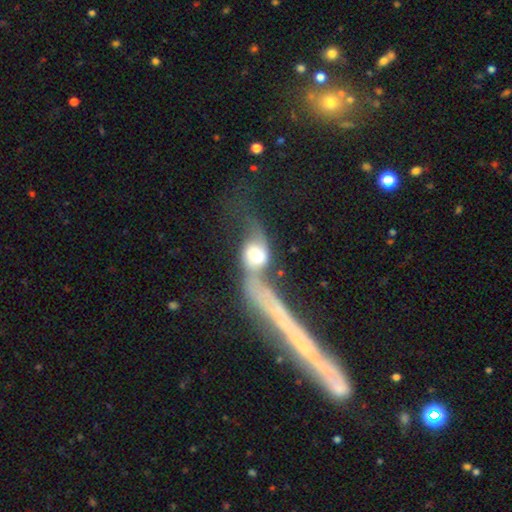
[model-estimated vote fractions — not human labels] This appears to be a featured or disk galaxy (57%). Merging: merger (49%).